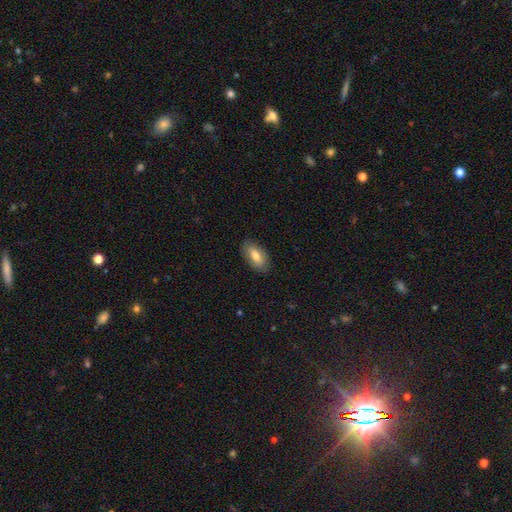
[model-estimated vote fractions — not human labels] Q: Smooth or featured?
A: smooth (72%); runner-up: featured or disk (22%)
Q: How rounded?
A: in between (88%); runner-up: cigar-shaped (8%)
Q: Merging?
A: none (86%); runner-up: minor disturbance (11%)